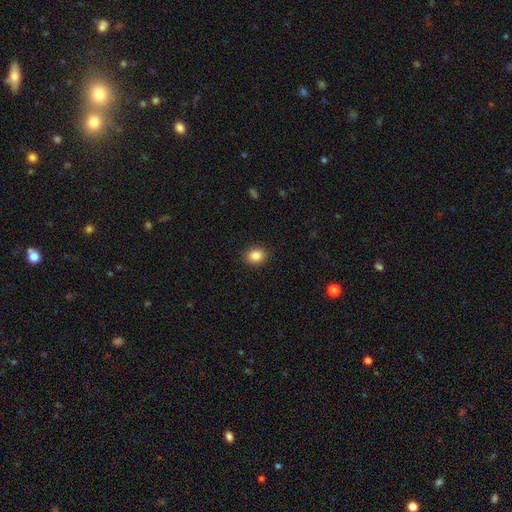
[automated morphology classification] A smooth galaxy with no disk features (85%) that is round (55%). Merging: none (90%).